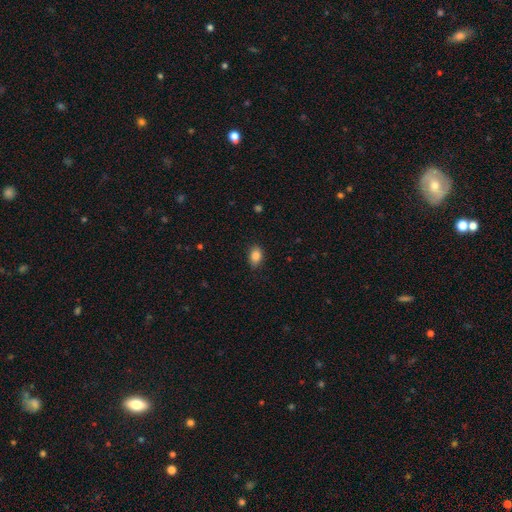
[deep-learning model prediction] smooth 86%, star or artifact 9%, featured or disk 5%. Down the decision tree: how rounded — in between (82%); merging — none (85%).